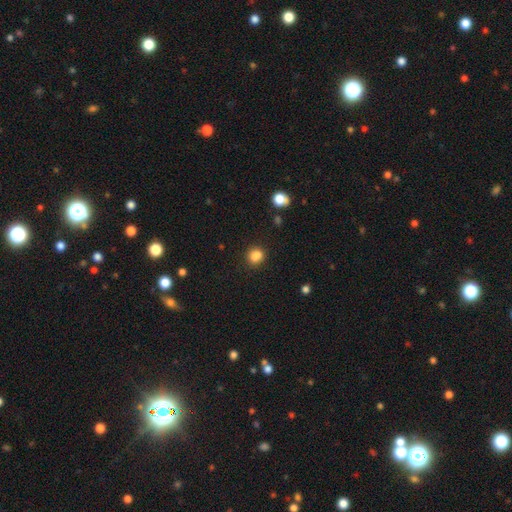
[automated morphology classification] Q: Smooth or featured?
A: smooth (85%); runner-up: star or artifact (11%)
Q: How rounded?
A: round (72%); runner-up: in between (27%)
Q: Merging?
A: none (81%); runner-up: minor disturbance (11%)